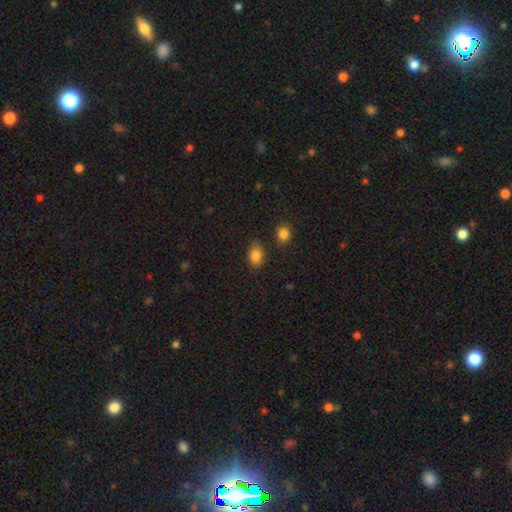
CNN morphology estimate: This is clearly a smooth galaxy (84%). How rounded: clearly in between (81%). Merging: likely none (77%).